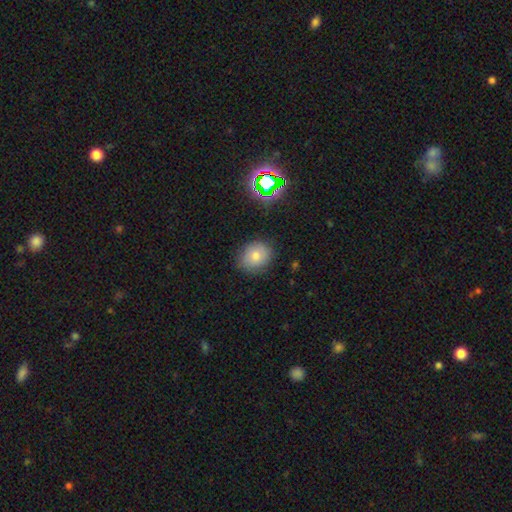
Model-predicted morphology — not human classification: smooth_or_featured: smooth (p=0.72) [alt: star or artifact p=0.16]
how_rounded: round (p=0.60) [alt: in between p=0.39]
merging: none (p=0.83) [alt: minor disturbance p=0.12]